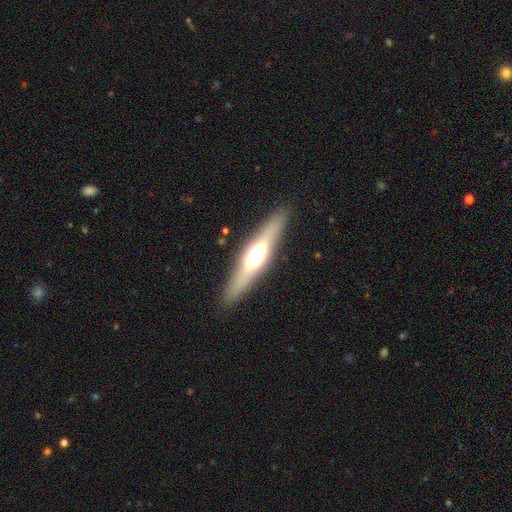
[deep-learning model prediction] Overall: featured or disk (57%; smooth 36%). Edge-on disk: yes (90%). Edge-on bulge: rounded (91%). Merging: none (88%).